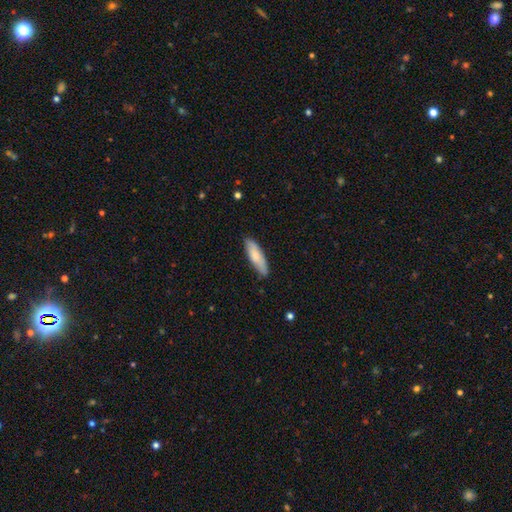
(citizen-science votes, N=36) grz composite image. It shows a smooth galaxy with no disk features (81%) that is cigar-shaped (55%). Merging: none (88%).